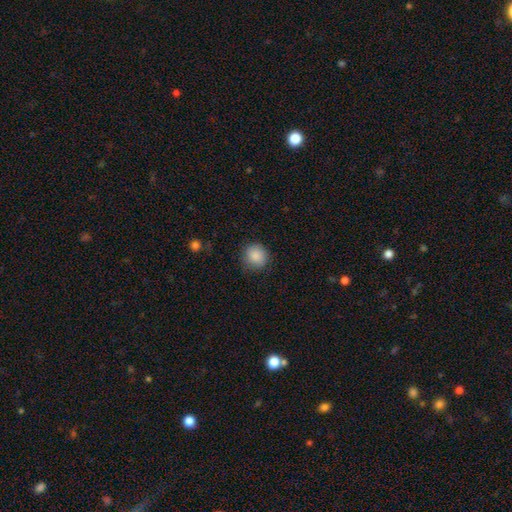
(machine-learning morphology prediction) A smooth galaxy with no disk features (87%) that is round (90%). Merging: none (83%).